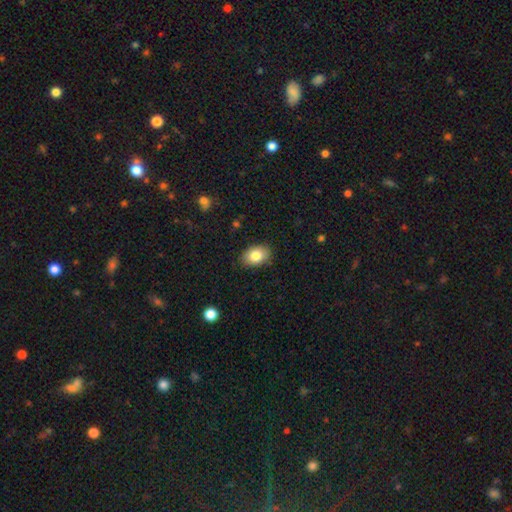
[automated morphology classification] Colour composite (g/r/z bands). It shows a smooth galaxy with no disk features (83%) that is in between round and cigar-shaped (84%). Merging: none (86%).